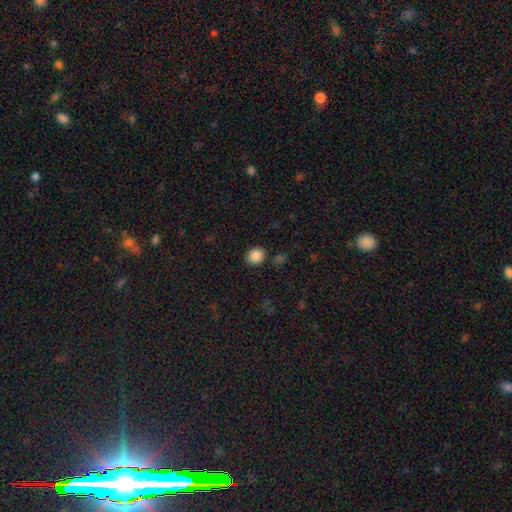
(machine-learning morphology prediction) Q: Smooth or featured?
A: smooth (87%); runner-up: star or artifact (9%)
Q: How rounded?
A: round (77%); runner-up: in between (22%)
Q: Merging?
A: none (87%); runner-up: minor disturbance (8%)